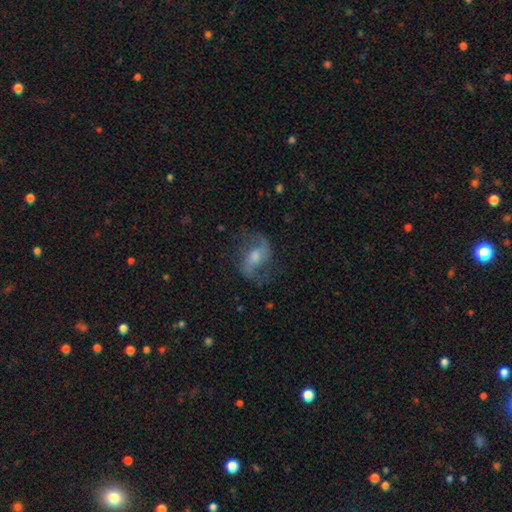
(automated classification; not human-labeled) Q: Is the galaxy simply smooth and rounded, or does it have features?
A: featured or disk — 76%.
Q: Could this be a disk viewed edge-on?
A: no — 95%.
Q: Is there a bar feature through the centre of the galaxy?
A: weak — 44%.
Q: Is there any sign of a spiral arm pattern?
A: yes — 92%.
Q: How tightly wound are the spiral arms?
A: loose — 57%.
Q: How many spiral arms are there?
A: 2 — 90%.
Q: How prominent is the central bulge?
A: moderate — 50%.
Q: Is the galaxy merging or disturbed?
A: none — 71%.